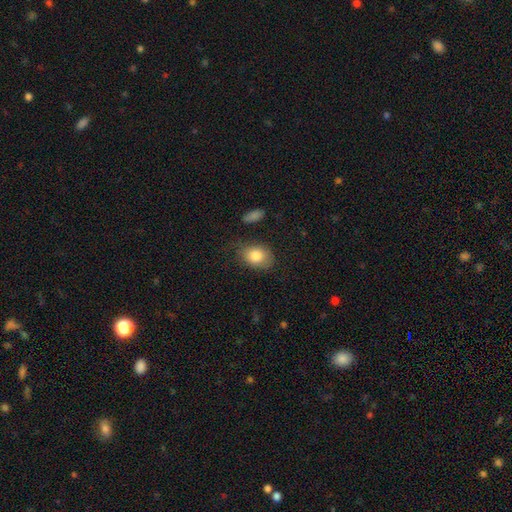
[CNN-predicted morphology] smooth 83%, featured or disk 10%, star or artifact 7%. Down the decision tree: how rounded — in between (72%); merging — none (64%).